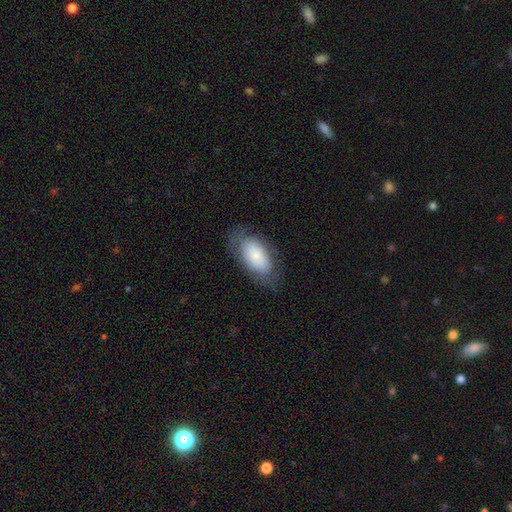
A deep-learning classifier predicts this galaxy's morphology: smooth-or-featured: smooth: 71% | featured or disk: 21% | star or artifact: 7%
  how-rounded: in between: 94% | round: 4% | cigar-shaped: 2%
  merging: none: 69% | minor disturbance: 20% | major disturbance: 9% | merger: 1%